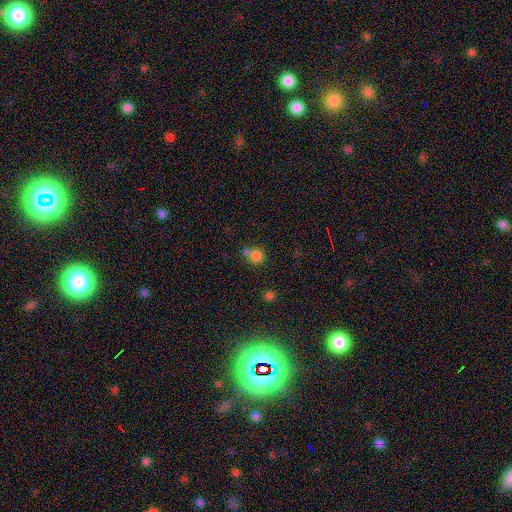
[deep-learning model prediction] This is likely a smooth galaxy (78%). How rounded: clearly round (84%). Merging: possibly none (49%).